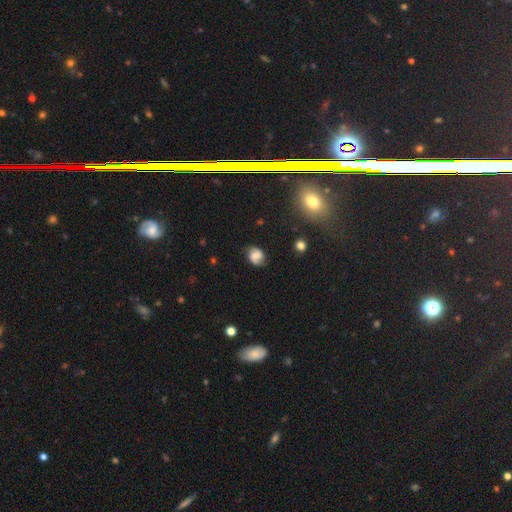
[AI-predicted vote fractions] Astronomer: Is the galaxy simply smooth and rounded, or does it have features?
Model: featured or disk — 53% (runner-up: smooth, 37%).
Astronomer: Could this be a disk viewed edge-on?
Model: no — 97%.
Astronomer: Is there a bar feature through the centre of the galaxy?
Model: weak — 44% (runner-up: no, 40%).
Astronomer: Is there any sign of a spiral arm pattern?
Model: yes — 89%.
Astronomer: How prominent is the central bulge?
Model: moderate — 30% (runner-up: none, 28%).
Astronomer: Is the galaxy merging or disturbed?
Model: none — 72%.